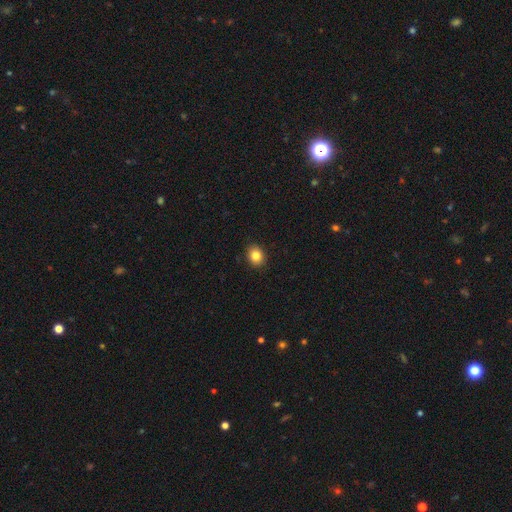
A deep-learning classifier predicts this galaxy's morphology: This is clearly a smooth galaxy (85%). How rounded: possibly round (58%). Merging: clearly none (91%).